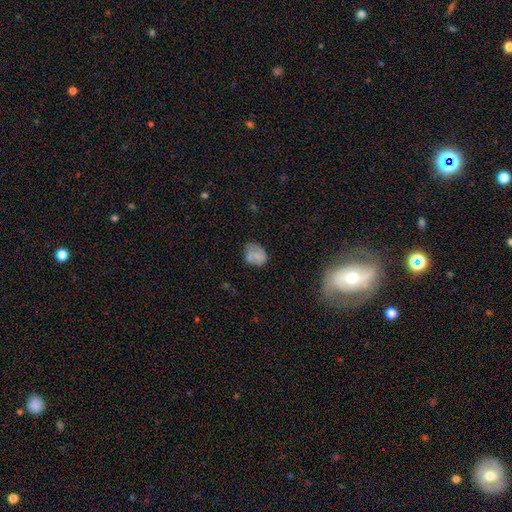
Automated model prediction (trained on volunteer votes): Overall: smooth (60%; featured or disk 30%). How rounded: in between (57%; round 42%). Merging: none (55%; minor disturbance 30%).